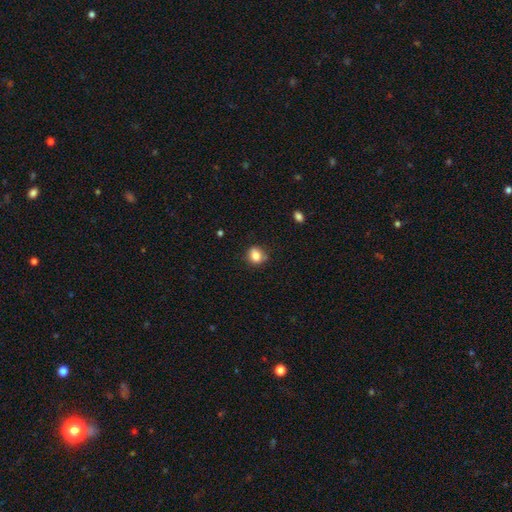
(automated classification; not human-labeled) This appears to be a smooth galaxy with no disk features (82%) that is round (64%). Merging: none (73%).